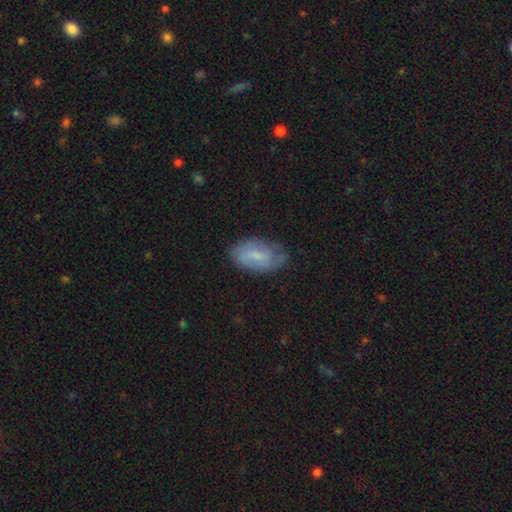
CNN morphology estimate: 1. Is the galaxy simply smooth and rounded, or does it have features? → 58% smooth, 35% featured or disk, 7% star or artifact.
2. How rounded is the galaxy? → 92% in between, 5% round, 3% cigar-shaped.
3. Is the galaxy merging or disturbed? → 63% none, 28% minor disturbance, 8% major disturbance, 1% merger.